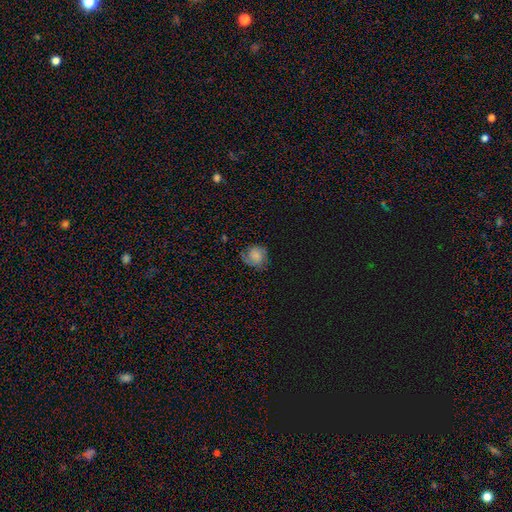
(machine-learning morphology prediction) Smooth or featured: smooth — 45% (featured or disk — 44%)
Merging: none — 69% (minor disturbance — 20%)